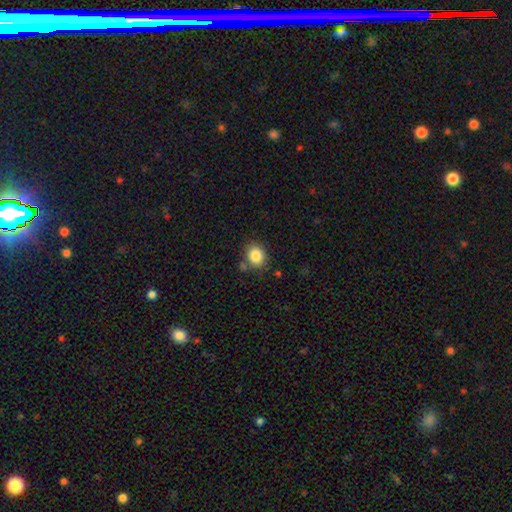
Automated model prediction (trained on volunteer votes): A smooth galaxy with no disk features (85%) that is round (59%).

Vote fractions:
- Smooth or featured? smooth: 85% / star or artifact: 9% / featured or disk: 6%
- How rounded? round: 59% / in between: 40% / cigar-shaped: 1%
- Merging? none: 77% / minor disturbance: 12% / merger: 7% / major disturbance: 4%